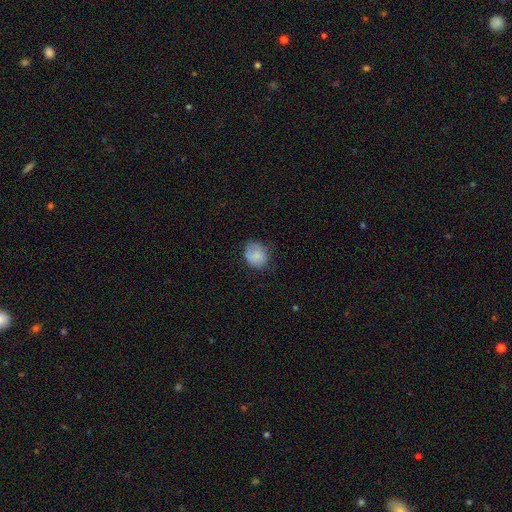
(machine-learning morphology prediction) smooth-or-featured: smooth: 81% | featured or disk: 11% | star or artifact: 8%
  how-rounded: round: 66% | in between: 33% | cigar-shaped: 1%
  merging: none: 66% | minor disturbance: 26% | major disturbance: 7% | merger: 1%